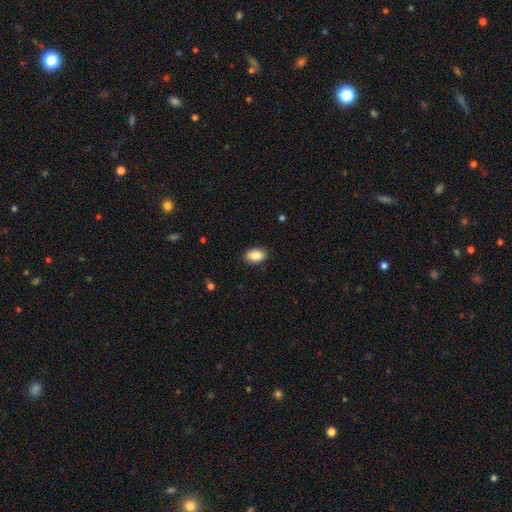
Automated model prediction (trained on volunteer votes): Q: Smooth or featured?
A: smooth (86%); runner-up: star or artifact (7%)
Q: How rounded?
A: in between (91%); runner-up: round (8%)
Q: Merging?
A: none (88%); runner-up: minor disturbance (9%)